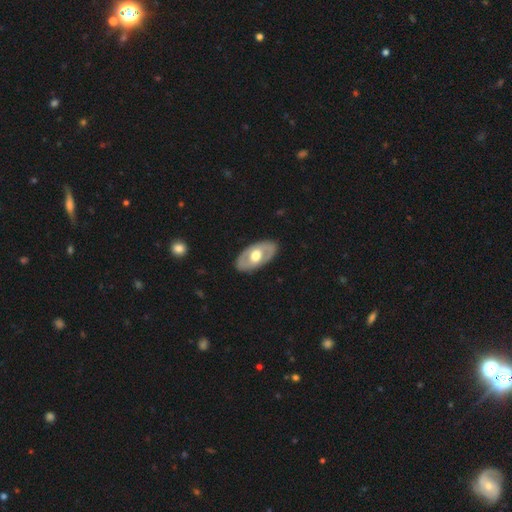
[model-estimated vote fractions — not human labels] smooth-or-featured: featured or disk: 60% | smooth: 36% | star or artifact: 4%
  disk-edge-on: no: 88% | yes: 12%
    bar: no: 75% | weak: 19% | strong: 6%
    has-spiral-arms: no: 71% | yes: 29%
    bulge-size: moderate: 63% | large: 31% | small: 4% | dominant: 1% | none: 1%
  merging: none: 86% | minor disturbance: 10% | major disturbance: 3% | merger: 1%